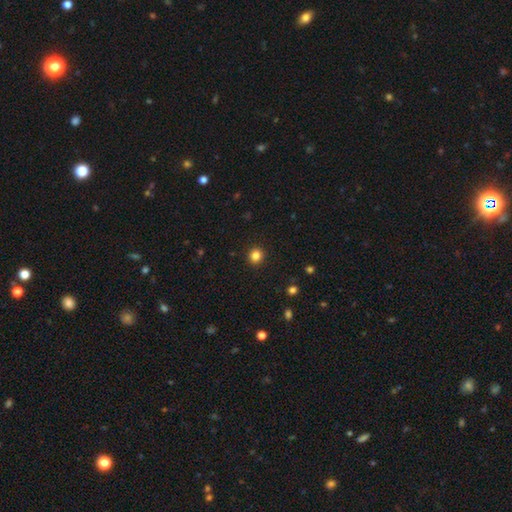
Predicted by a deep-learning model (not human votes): Smooth or featured?
  - smooth: 83% *
  - star or artifact: 12%
  - featured or disk: 4%
How rounded?
  - round: 91% *
  - in between: 8%
  - cigar-shaped: 1%
Merging?
  - none: 92% *
  - minor disturbance: 5%
  - major disturbance: 2%
  - merger: 1%